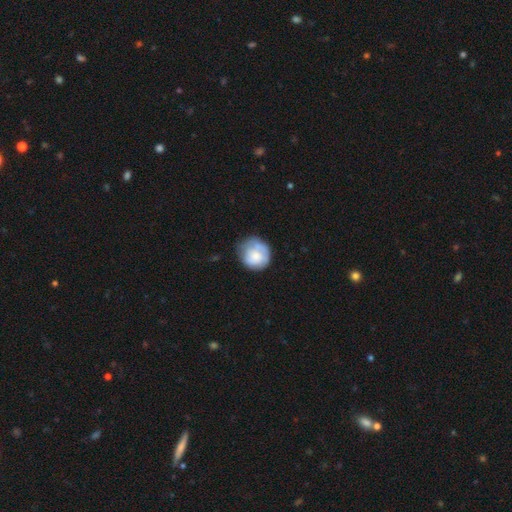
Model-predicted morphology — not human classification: smooth-or-featured: smooth: 64% | featured or disk: 29% | star or artifact: 7%
  how-rounded: round: 86% | in between: 13% | cigar-shaped: 1%
  merging: none: 58% | minor disturbance: 27% | major disturbance: 11% | merger: 3%